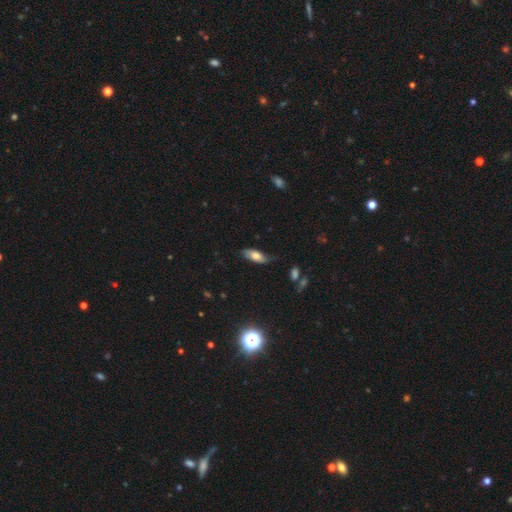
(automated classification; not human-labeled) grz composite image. It shows a smooth galaxy with no disk features (72%) that is in between round and cigar-shaped (80%). Merging: none (63%).